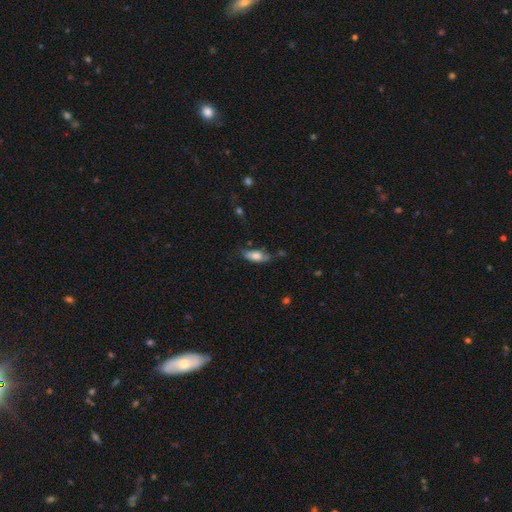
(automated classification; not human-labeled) Morphology: type=smooth (74%); roundness=in between (82%); merging=none (54%).